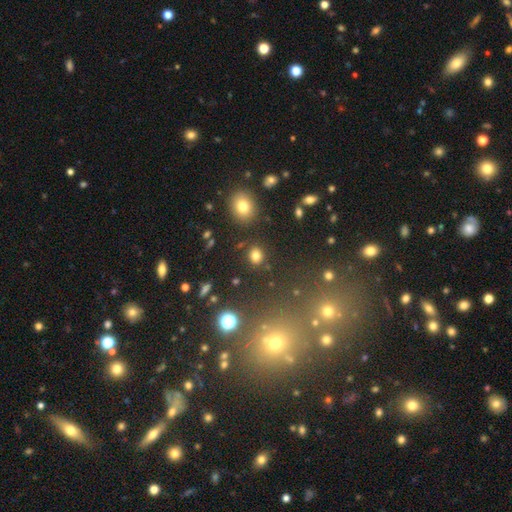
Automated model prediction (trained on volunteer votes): smooth-or-featured: smooth: 78% | star or artifact: 15% | featured or disk: 7%
  how-rounded: round: 64% | in between: 34% | cigar-shaped: 1%
  merging: none: 84% | minor disturbance: 9% | merger: 4% | major disturbance: 3%